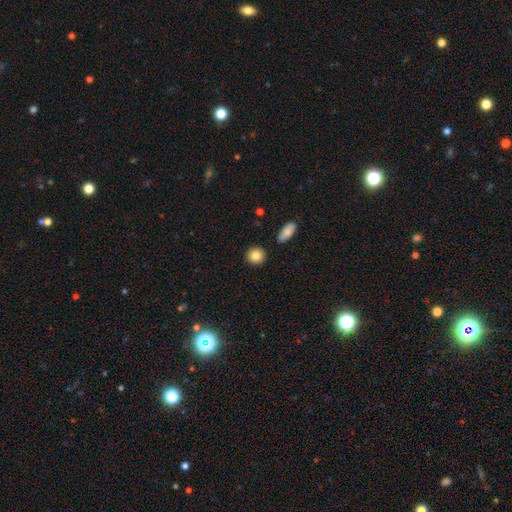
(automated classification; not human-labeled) Smooth or featured?
  - smooth: 85% *
  - star or artifact: 9%
  - featured or disk: 7%
How rounded?
  - round: 87% *
  - in between: 12%
  - cigar-shaped: 1%
Merging?
  - none: 89% *
  - minor disturbance: 7%
  - merger: 3%
  - major disturbance: 2%